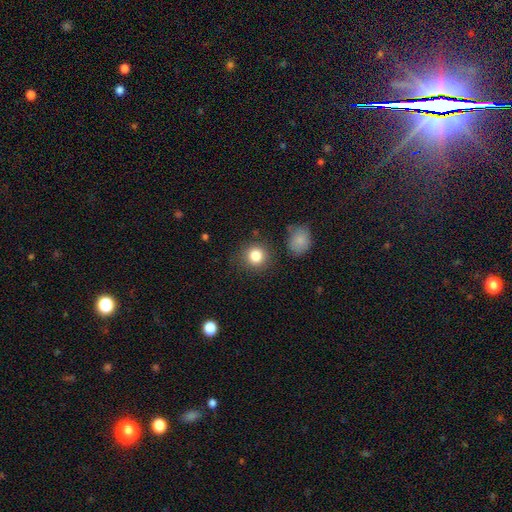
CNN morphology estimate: Smooth or featured? Predicted: smooth (p=0.84). How rounded? Predicted: round (p=0.89). Merging? Predicted: none (p=0.83).